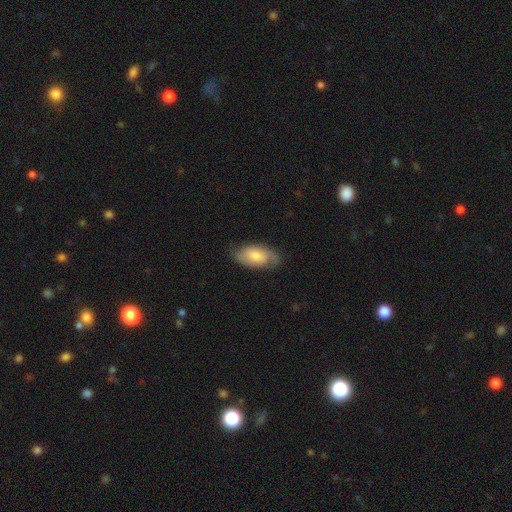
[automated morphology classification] type=smooth (54%); roundness=in between (93%); merging=none (71%).